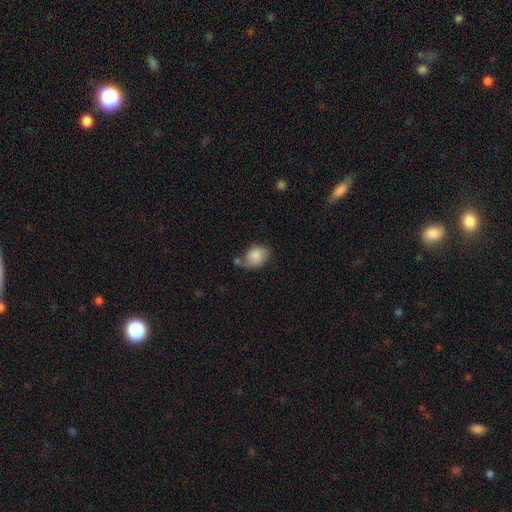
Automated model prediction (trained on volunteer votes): Morphology: type=smooth (81%); roundness=in between (61%); merging=none (52%).